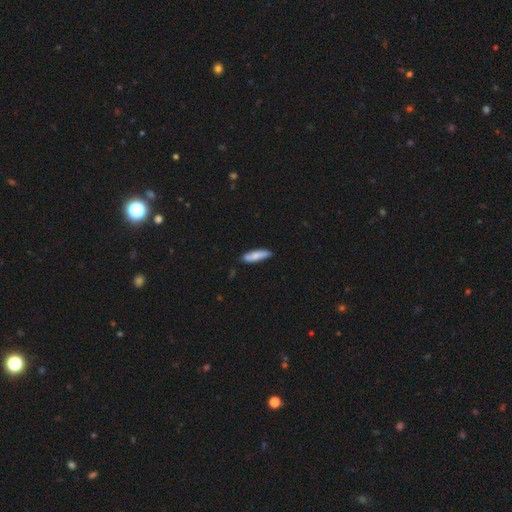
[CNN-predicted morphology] type=smooth (79%); roundness=cigar-shaped (72%); merging=none (82%).